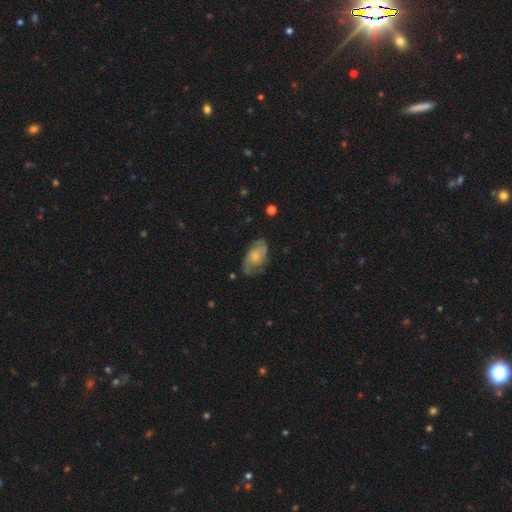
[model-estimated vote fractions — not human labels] smooth-or-featured: smooth: 47% | featured or disk: 46% | star or artifact: 7%
  merging: none: 67% | minor disturbance: 24% | major disturbance: 8% | merger: 2%